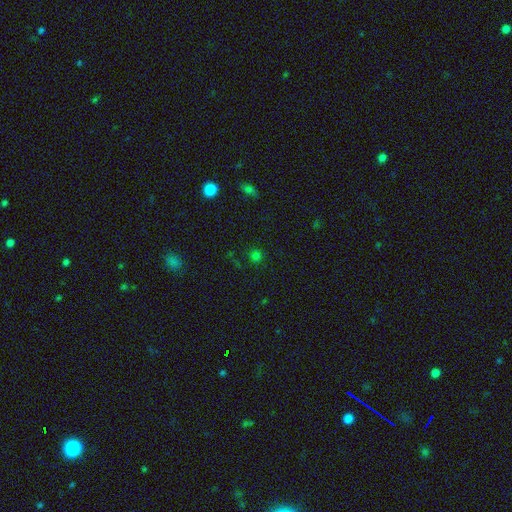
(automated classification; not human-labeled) smooth 64%, star or artifact 31%, featured or disk 5%. Down the decision tree: how rounded — round (90%); merging — none (81%).